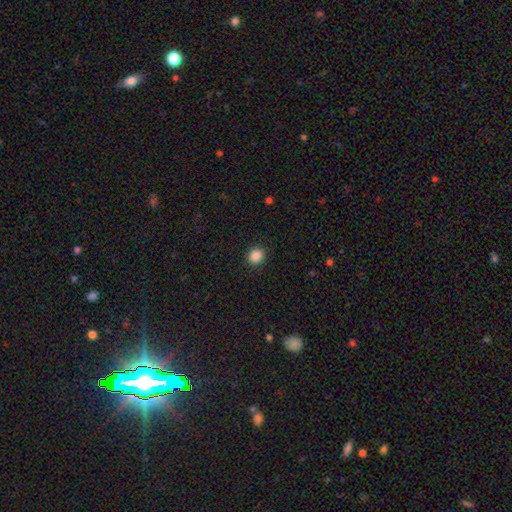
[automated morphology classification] A smooth galaxy with no disk features (87%) that is round (71%). Merging: none (91%).